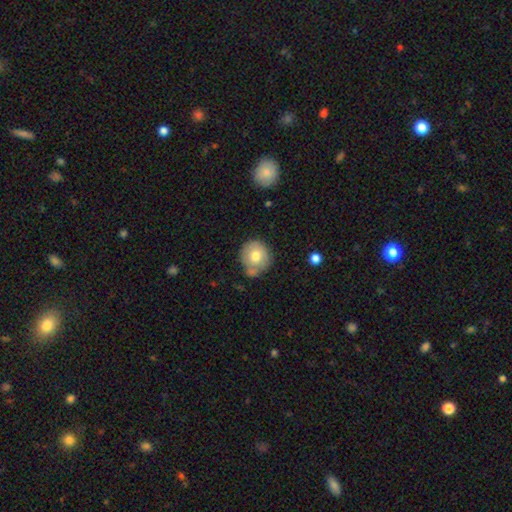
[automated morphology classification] This appears to be a smooth galaxy with no disk features (73%) that is round (89%). Merging: none (59%).